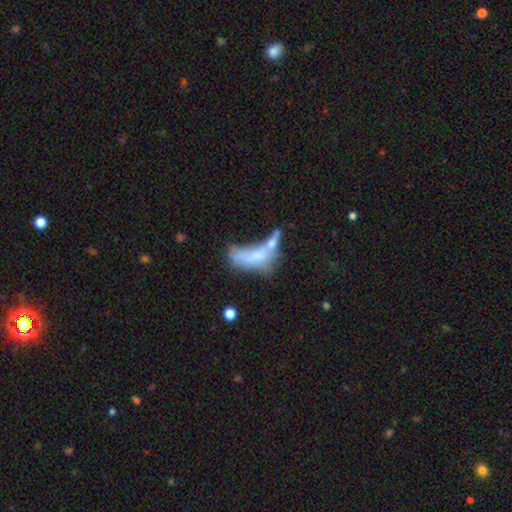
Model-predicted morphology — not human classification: Smooth or featured? Predicted: smooth (p=0.52). How rounded? Predicted: in between (p=0.73). Merging? Predicted: merger (p=0.44).